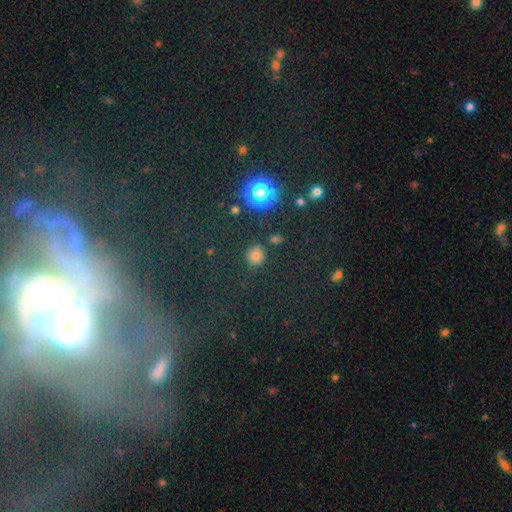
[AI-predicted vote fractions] Q: Smooth or featured?
A: smooth (75%); runner-up: star or artifact (20%)
Q: How rounded?
A: round (85%); runner-up: in between (14%)
Q: Merging?
A: none (84%); runner-up: minor disturbance (9%)